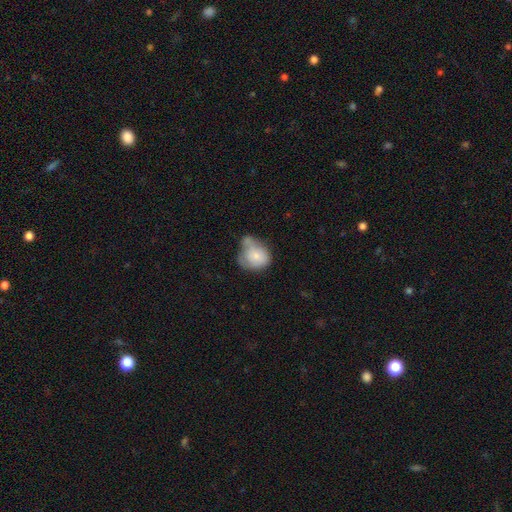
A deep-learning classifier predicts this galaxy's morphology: Smooth or featured?
  - smooth: 73% *
  - featured or disk: 19%
  - star or artifact: 7%
How rounded?
  - round: 56% *
  - in between: 43%
  - cigar-shaped: 1%
Merging?
  - merger: 36% *
  - minor disturbance: 26%
  - none: 23%
  - major disturbance: 15%